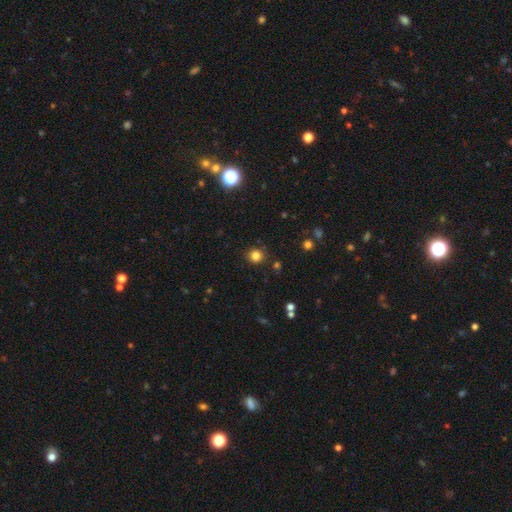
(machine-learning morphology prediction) Q: Smooth or featured?
A: smooth (82%); runner-up: star or artifact (14%)
Q: How rounded?
A: round (93%); runner-up: in between (6%)
Q: Merging?
A: none (89%); runner-up: minor disturbance (7%)